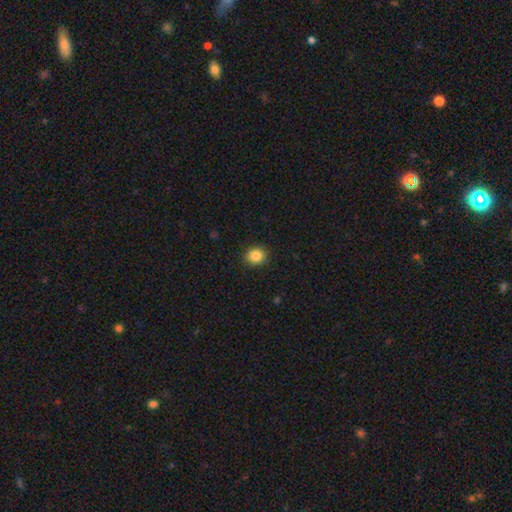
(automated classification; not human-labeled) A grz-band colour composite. It shows a smooth galaxy with no disk features (86%) that is round (77%). Merging: none (90%).